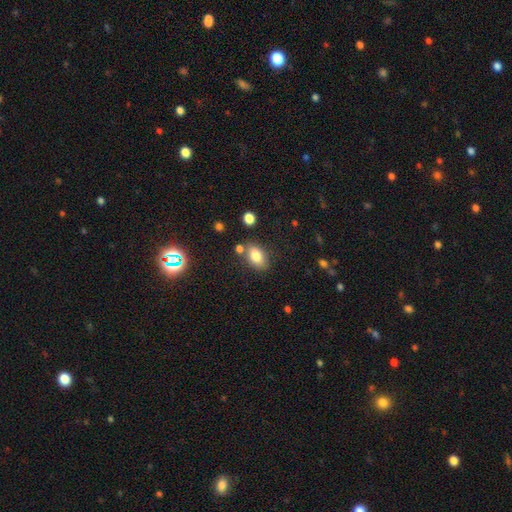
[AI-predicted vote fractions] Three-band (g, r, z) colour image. It shows a smooth galaxy with no disk features (80%) that is in between round and cigar-shaped (85%). Merging: none (72%).